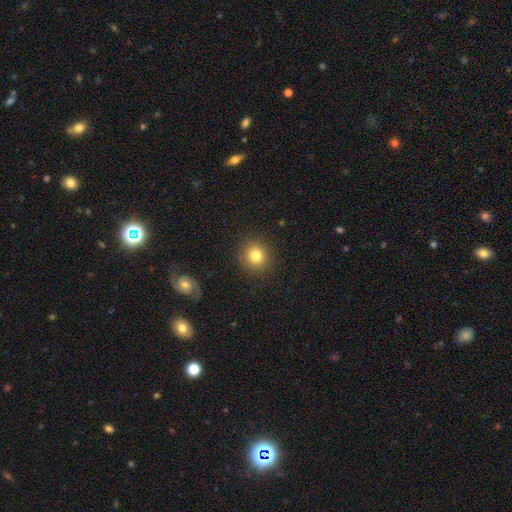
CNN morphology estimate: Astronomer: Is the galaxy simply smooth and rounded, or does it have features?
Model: smooth — 81%.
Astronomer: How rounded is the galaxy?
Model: round — 86%.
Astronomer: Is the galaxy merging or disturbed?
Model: none — 89%.